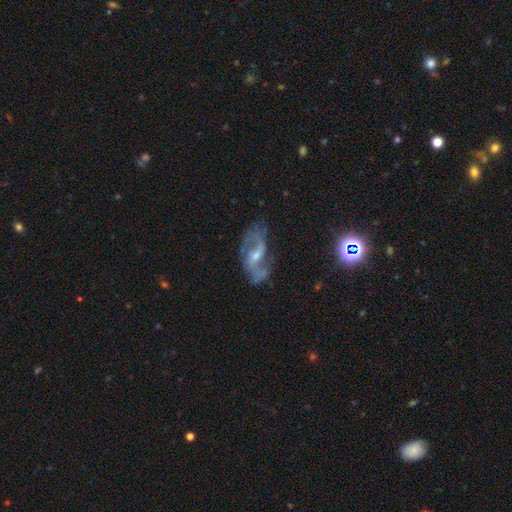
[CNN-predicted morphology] This appears to be a featured or disk galaxy (83%) with a weak bar (52%), 2 (87%) loose (47%) spiral arms (93%) and a small central bulge (52%). Merging: none (65%).